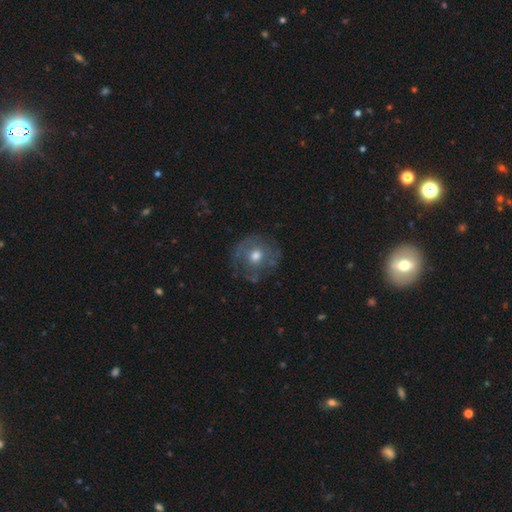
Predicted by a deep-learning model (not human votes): A featured or disk galaxy (48%). Merging: none (69%).